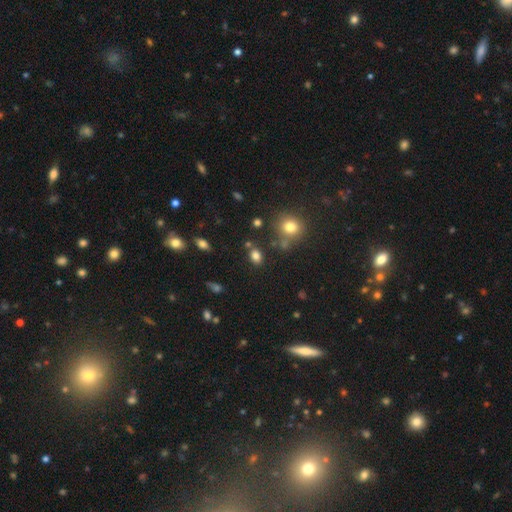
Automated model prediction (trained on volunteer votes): Smooth or featured: smooth — 80% (star or artifact — 13%)
How rounded: in between — 70% (round — 29%)
Merging: none — 76% (minor disturbance — 12%)